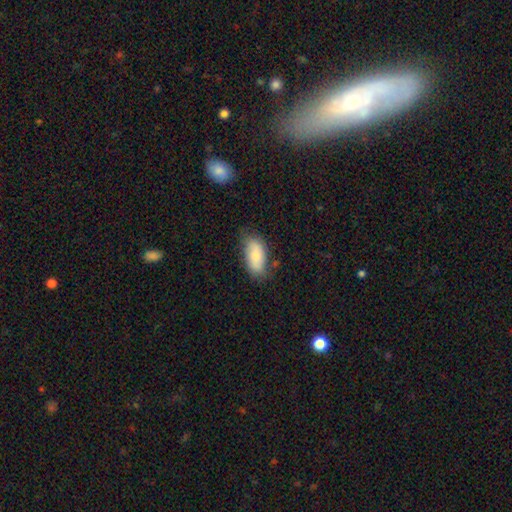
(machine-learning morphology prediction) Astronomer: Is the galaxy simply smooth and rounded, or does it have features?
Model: smooth — 75%.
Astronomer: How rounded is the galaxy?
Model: in between — 92%.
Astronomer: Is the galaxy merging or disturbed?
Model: none — 69%.